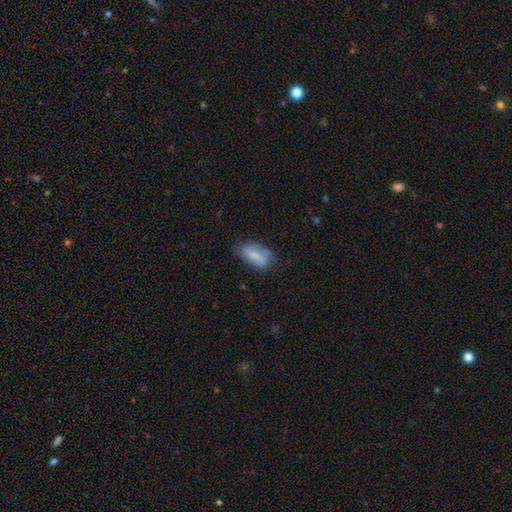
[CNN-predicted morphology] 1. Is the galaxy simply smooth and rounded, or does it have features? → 68% smooth, 25% featured or disk, 7% star or artifact.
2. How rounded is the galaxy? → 88% in between, 8% cigar-shaped, 4% round.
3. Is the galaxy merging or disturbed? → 65% none, 26% minor disturbance, 7% major disturbance, 2% merger.